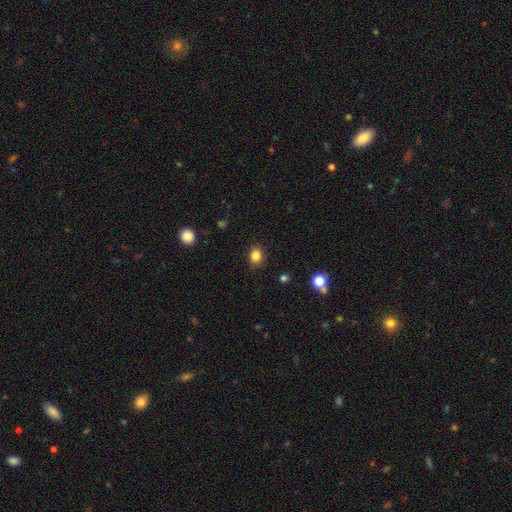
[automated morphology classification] Smooth or featured: smooth — 84% (star or artifact — 11%)
How rounded: round — 54% (in between — 45%)
Merging: none — 88% (minor disturbance — 9%)